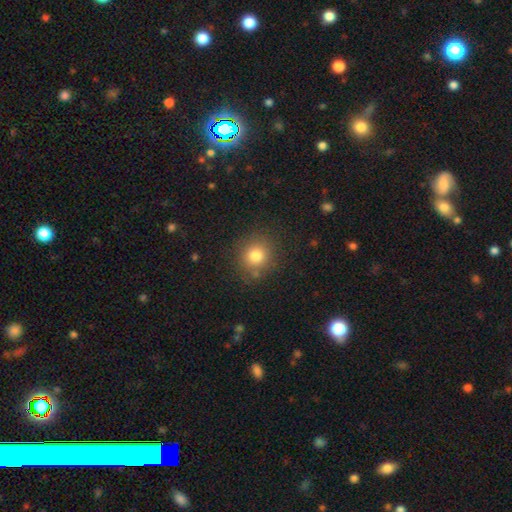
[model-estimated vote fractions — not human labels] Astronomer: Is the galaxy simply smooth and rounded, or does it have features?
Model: smooth — 79%.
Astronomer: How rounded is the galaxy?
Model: round — 88%.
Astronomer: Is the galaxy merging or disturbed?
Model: none — 84%.